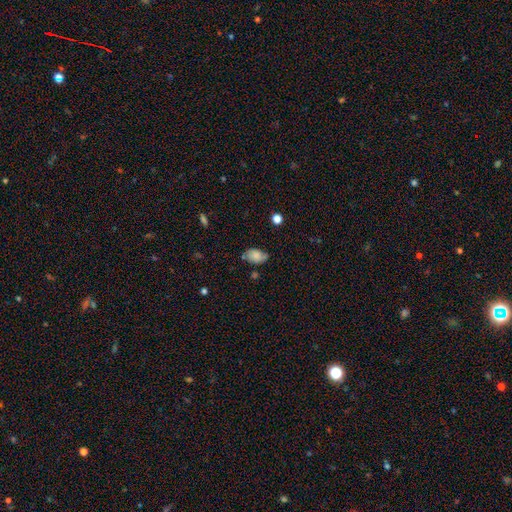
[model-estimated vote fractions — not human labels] Smooth or featured?
  - smooth: 70% *
  - featured or disk: 20%
  - star or artifact: 9%
How rounded?
  - in between: 89% *
  - round: 9%
  - cigar-shaped: 2%
Merging?
  - none: 61% *
  - minor disturbance: 29%
  - major disturbance: 6%
  - merger: 3%